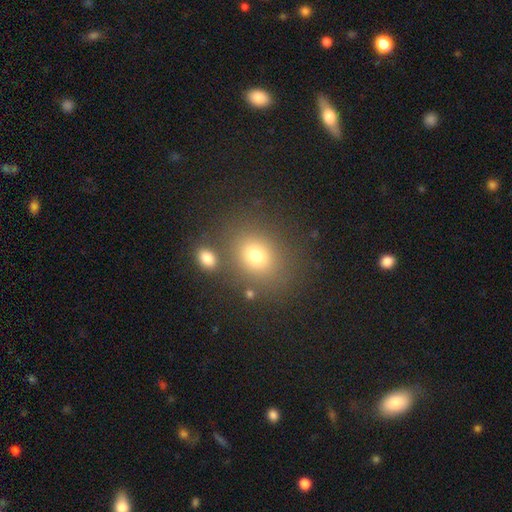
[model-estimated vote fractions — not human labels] Q: Smooth or featured?
A: smooth (73%); runner-up: star or artifact (16%)
Q: How rounded?
A: round (52%); runner-up: in between (47%)
Q: Merging?
A: none (72%); runner-up: merger (12%)